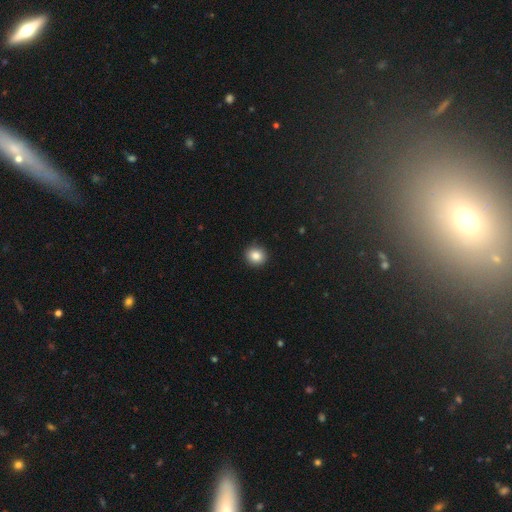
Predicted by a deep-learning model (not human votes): Smooth or featured? Predicted: smooth (p=0.86). How rounded? Predicted: round (p=0.87). Merging? Predicted: none (p=0.91).